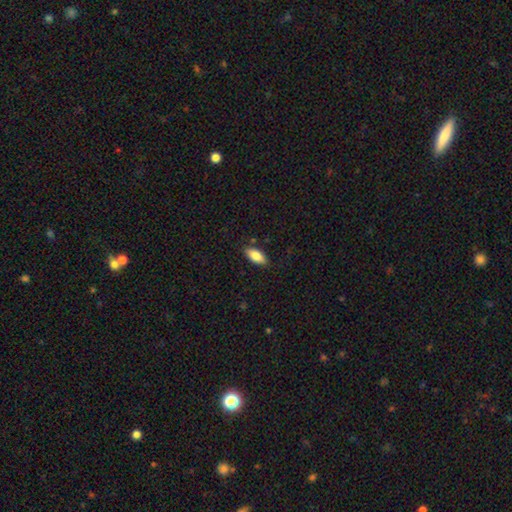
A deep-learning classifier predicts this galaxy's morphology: Smooth or featured? Predicted: smooth (p=0.83). How rounded? Predicted: in between (p=0.86). Merging? Predicted: none (p=0.85).